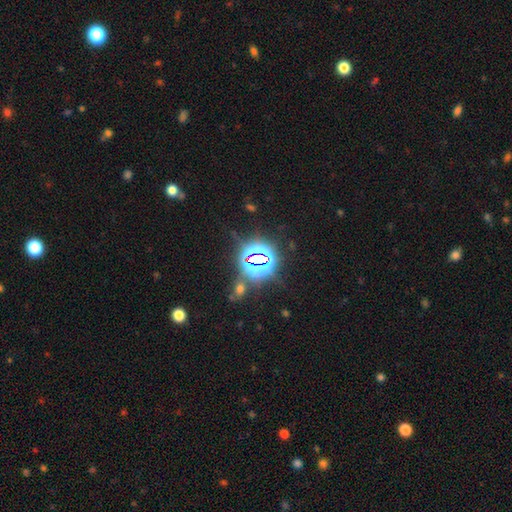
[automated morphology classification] This appears to be a star or artifact, not a galaxy (81%).